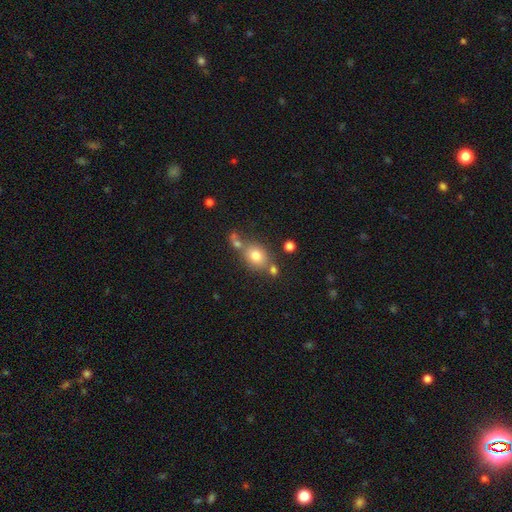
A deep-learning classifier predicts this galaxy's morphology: Q: Smooth or featured?
A: smooth (76%); runner-up: featured or disk (12%)
Q: How rounded?
A: round (52%); runner-up: in between (46%)
Q: Merging?
A: none (58%); runner-up: merger (23%)